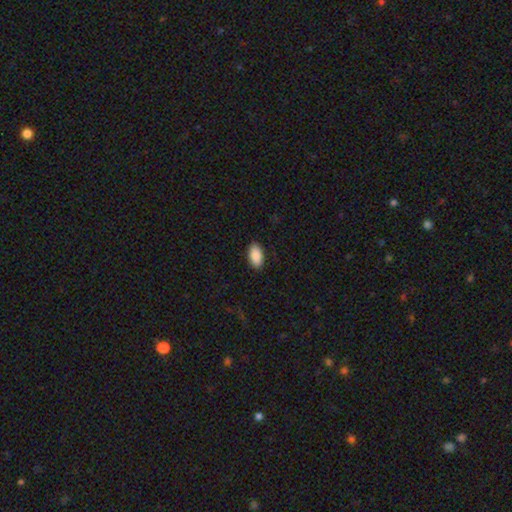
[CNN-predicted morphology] A smooth galaxy with no disk features (90%) that is in between round and cigar-shaped (95%). Merging: none (90%).